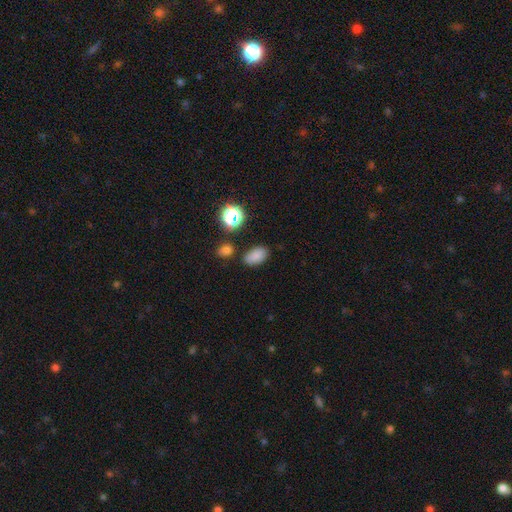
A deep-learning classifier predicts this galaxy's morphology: This is likely a smooth galaxy (78%). How rounded: clearly in between (88%). Merging: likely none (75%).